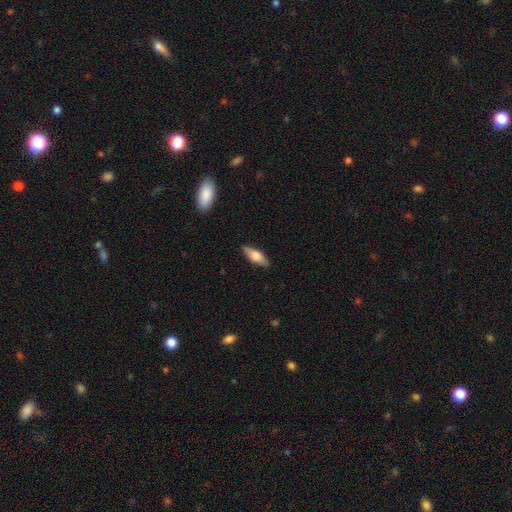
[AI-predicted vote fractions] Q: Smooth or featured?
A: smooth (52%); runner-up: featured or disk (41%)
Q: How rounded?
A: in between (59%); runner-up: cigar-shaped (38%)
Q: Merging?
A: none (88%); runner-up: minor disturbance (9%)